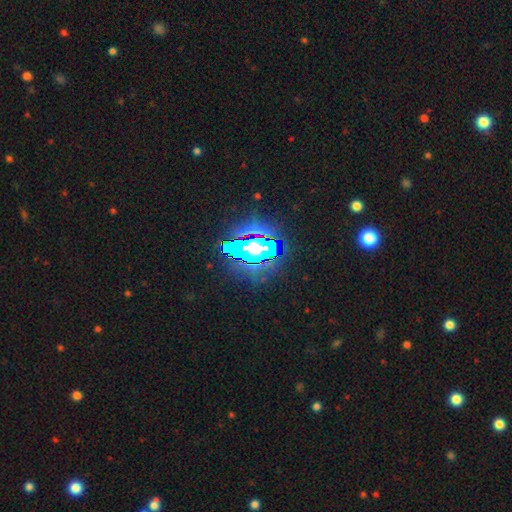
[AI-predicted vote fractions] smooth-or-featured: star or artifact: 80% | smooth: 11% | featured or disk: 9%